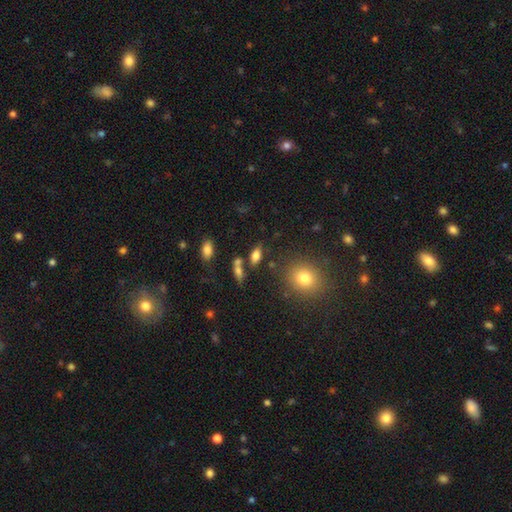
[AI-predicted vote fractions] This is likely a smooth galaxy (71%). How rounded: clearly in between (81%). Merging: likely none (64%).